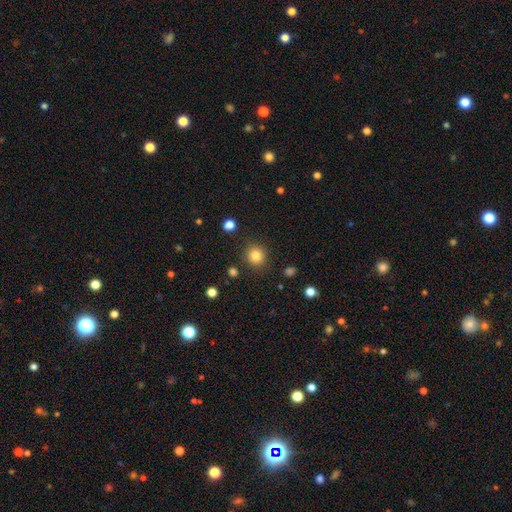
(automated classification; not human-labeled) This is clearly a smooth galaxy (83%). How rounded: clearly round (90%). Merging: clearly none (88%).